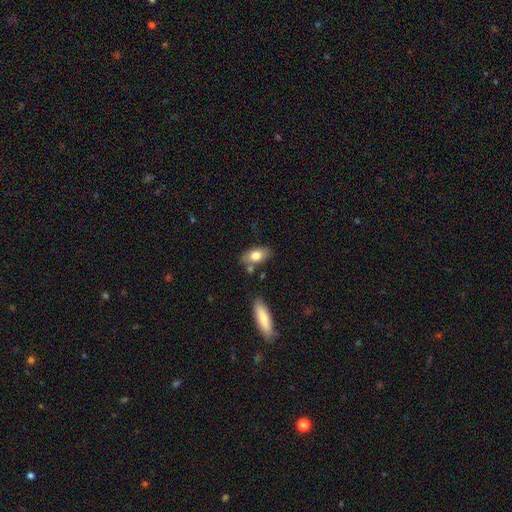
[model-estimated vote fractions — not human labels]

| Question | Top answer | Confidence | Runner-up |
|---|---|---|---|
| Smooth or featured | smooth | 77% | featured or disk (17%) |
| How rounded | in between | 89% | cigar-shaped (7%) |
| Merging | none | 74% | minor disturbance (14%) |